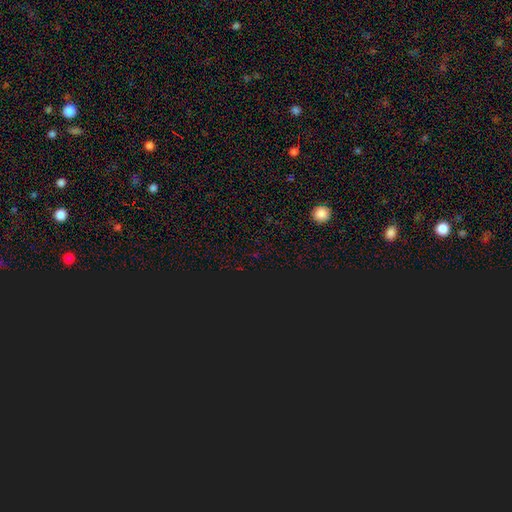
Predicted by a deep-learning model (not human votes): Overall: star or artifact (76%).